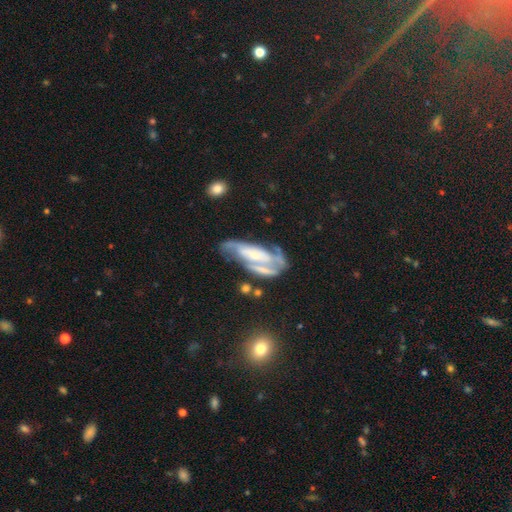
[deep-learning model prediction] Q: Smooth or featured?
A: featured or disk (76%); runner-up: smooth (17%)
Q: Edge-on disk?
A: no (84%); runner-up: yes (16%)
Q: Bar?
A: no (44%); runner-up: weak (28%)
Q: Spiral arms?
A: yes (79%); runner-up: no (21%)
Q: Bulge size?
A: small (52%); runner-up: moderate (33%)
Q: Merging?
A: none (38%); runner-up: major disturbance (26%)